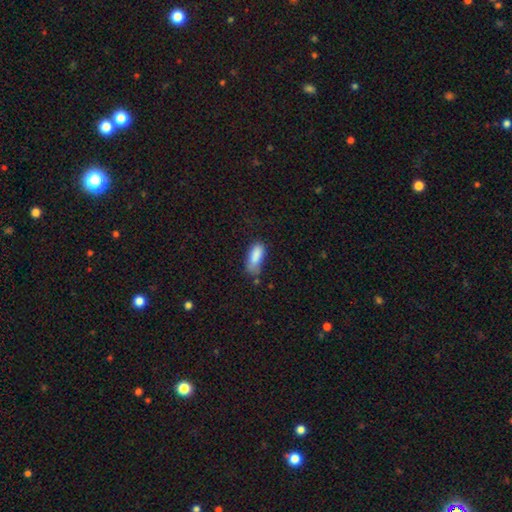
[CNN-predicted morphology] smooth-or-featured: smooth: 84% | star or artifact: 8% | featured or disk: 8%
  how-rounded: in between: 77% | cigar-shaped: 20% | round: 2%
  merging: none: 41% | minor disturbance: 36% | major disturbance: 15% | merger: 8%